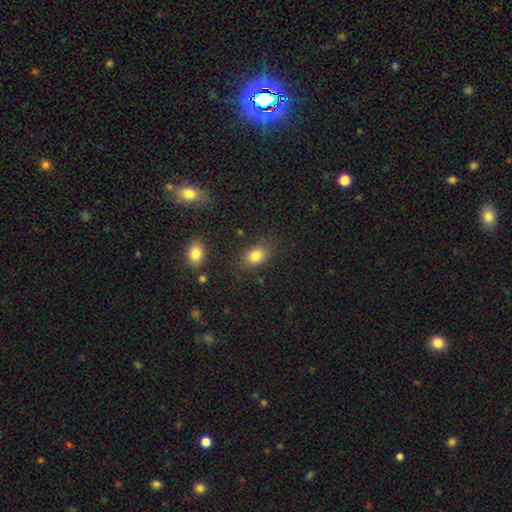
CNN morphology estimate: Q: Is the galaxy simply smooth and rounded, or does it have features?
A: smooth — 83%.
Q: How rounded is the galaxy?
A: in between — 72%.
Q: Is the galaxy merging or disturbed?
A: none — 78%.